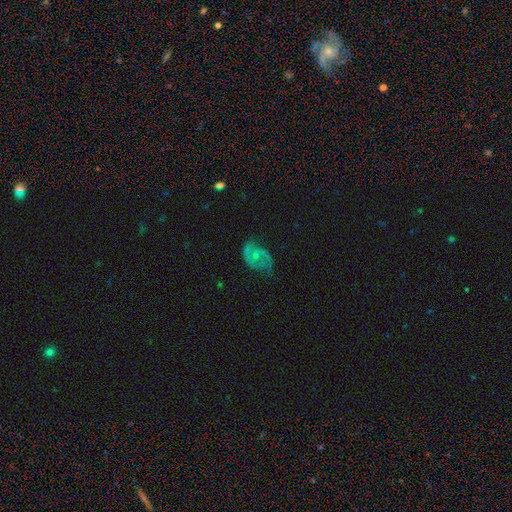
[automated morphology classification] smooth_or_featured: featured or disk (p=0.78) [alt: smooth p=0.15]
disk_edge_on: no (p=0.98) [alt: yes p=0.02]
bar: no (p=0.65) [alt: weak p=0.30]
has_spiral_arms: yes (p=0.90) [alt: no p=0.10]
spiral_winding: medium (p=0.50) [alt: loose p=0.29]
spiral_arm_count: 2 (p=0.85) [alt: can't tell p=0.07]
bulge_size: small (p=0.62) [alt: moderate p=0.29]
merging: none (p=0.55) [alt: minor disturbance p=0.26]